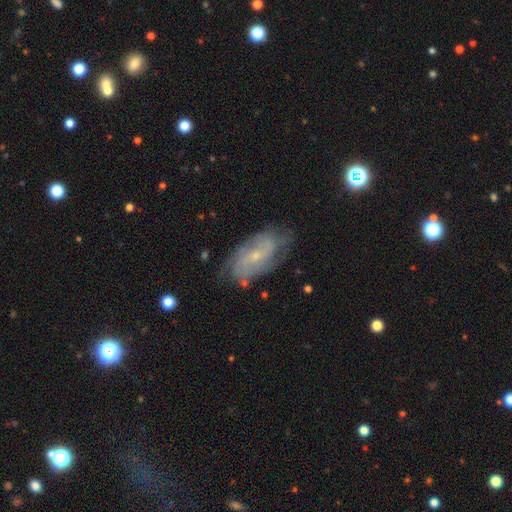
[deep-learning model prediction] The model was most divided on "spiral arm count": can't tell: 44%, 2: 34%, 3: 9%, 4: 5%, 1: 4%, more than 4: 4%. Remaining: edge-on disk — no (93%); spiral arms — yes (87%); bulge size — small (77%); smooth or featured — featured or disk (72%); merging — none (72%); bar — no (61%); spiral winding — tight (47%).